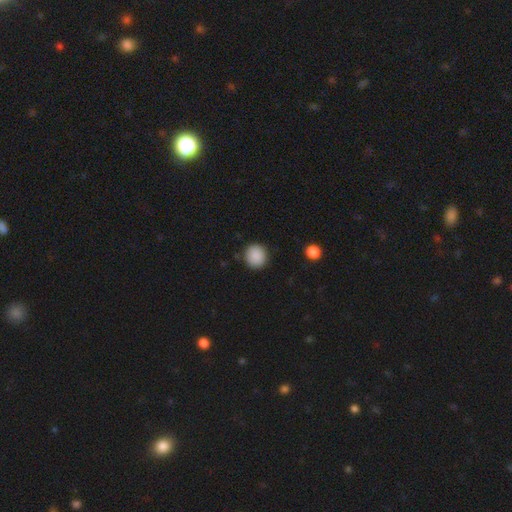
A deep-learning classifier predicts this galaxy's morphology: smooth 89%, star or artifact 8%, featured or disk 3%. Down the decision tree: how rounded — round (87%); merging — none (89%).